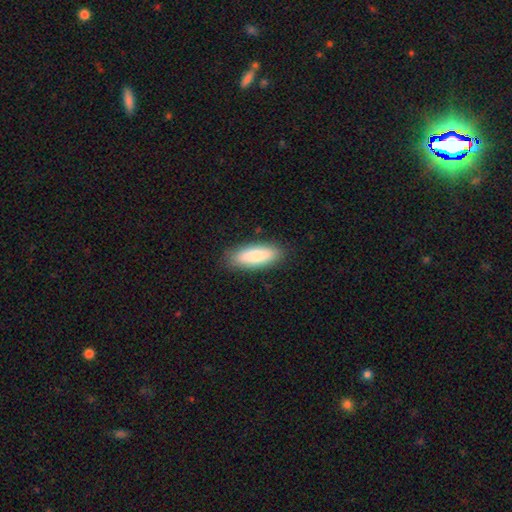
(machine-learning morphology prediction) Smooth or featured? smooth (86%)
How rounded? in between (69%)
Merging? none (87%)